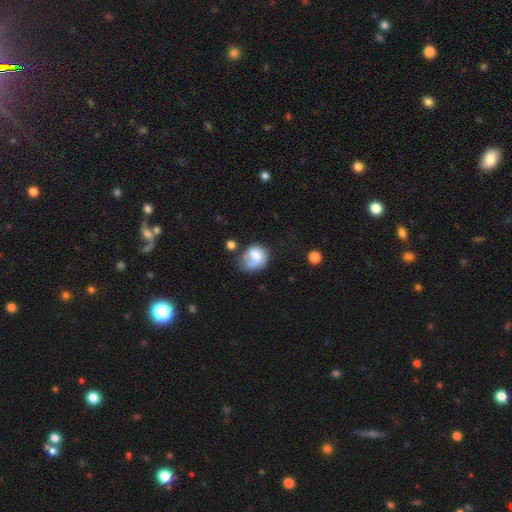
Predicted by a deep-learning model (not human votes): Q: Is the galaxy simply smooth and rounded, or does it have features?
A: smooth — 61%.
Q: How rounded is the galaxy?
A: round — 66%.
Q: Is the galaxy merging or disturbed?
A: none — 40%.